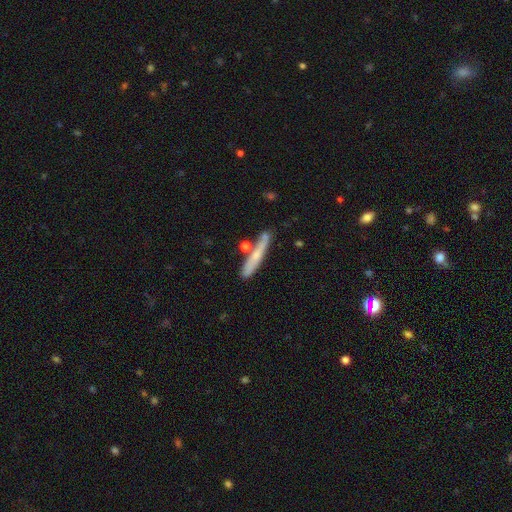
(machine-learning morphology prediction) A smooth galaxy with no disk features (57%) that is cigar-shaped (92%).

Vote fractions:
- Smooth or featured? smooth: 57% / featured or disk: 37% / star or artifact: 6%
- How rounded? cigar-shaped: 92% / in between: 6% / round: 2%
- Merging? none: 71% / minor disturbance: 15% / merger: 10% / major disturbance: 3%